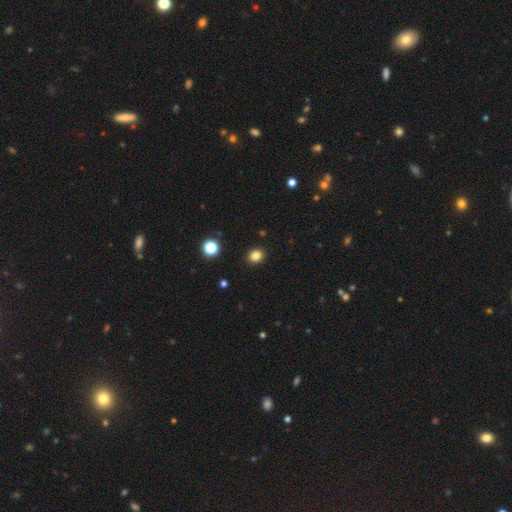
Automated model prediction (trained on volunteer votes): A smooth galaxy with no disk features (82%) that is round (65%). Merging: none (90%).